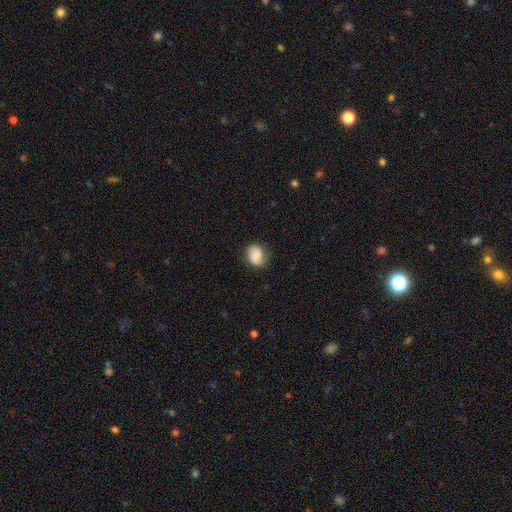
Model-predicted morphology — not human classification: A smooth galaxy with no disk features (64%) that is round (52%).

Vote fractions:
- Smooth or featured? smooth: 64% / featured or disk: 27% / star or artifact: 9%
- How rounded? round: 52% / in between: 47% / cigar-shaped: 1%
- Merging? none: 78% / minor disturbance: 17% / major disturbance: 4% / merger: 1%